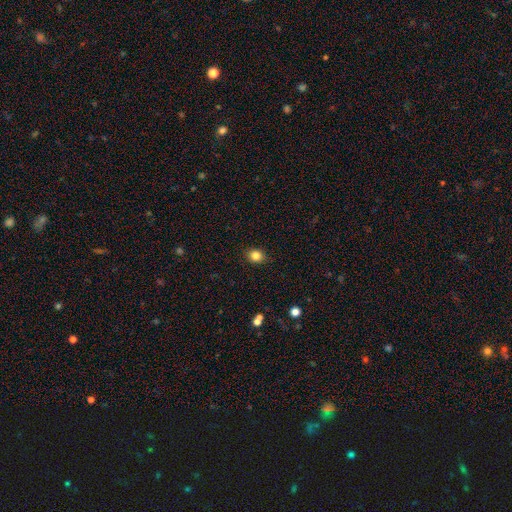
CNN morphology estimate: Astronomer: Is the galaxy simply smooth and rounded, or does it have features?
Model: smooth — 84%.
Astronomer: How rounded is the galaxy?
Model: round — 64%.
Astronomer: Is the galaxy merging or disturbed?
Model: none — 89%.